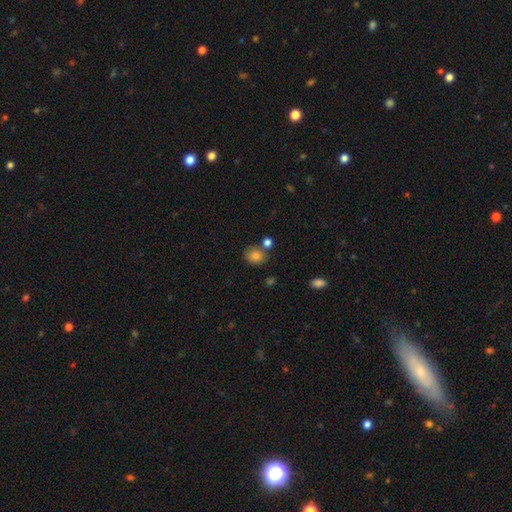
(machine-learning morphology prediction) type=smooth (83%); roundness=round (72%); merging=none (67%).